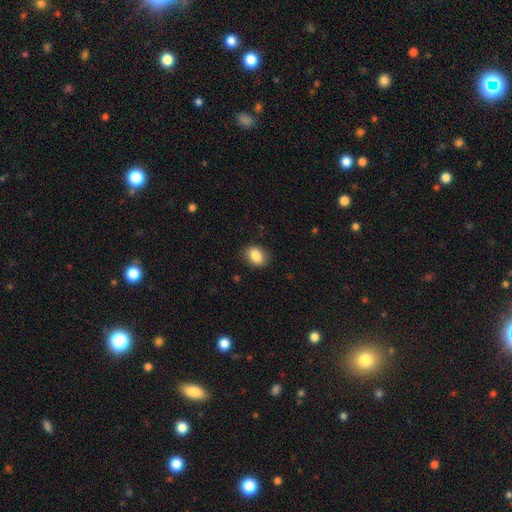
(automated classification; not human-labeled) A smooth galaxy with no disk features (86%) that is in between round and cigar-shaped (69%).

Vote fractions:
- Smooth or featured? smooth: 86% / star or artifact: 8% / featured or disk: 6%
- How rounded? in between: 69% / round: 30% / cigar-shaped: 1%
- Merging? none: 85% / minor disturbance: 12% / major disturbance: 3% / merger: 1%